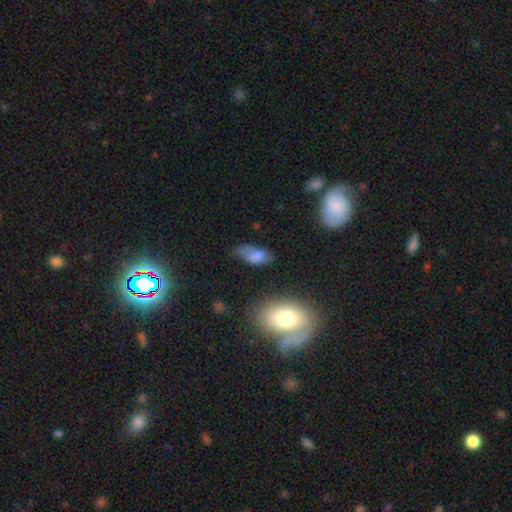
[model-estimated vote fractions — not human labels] Morphology: type=smooth (68%); roundness=in between (87%); merging=none (39%).